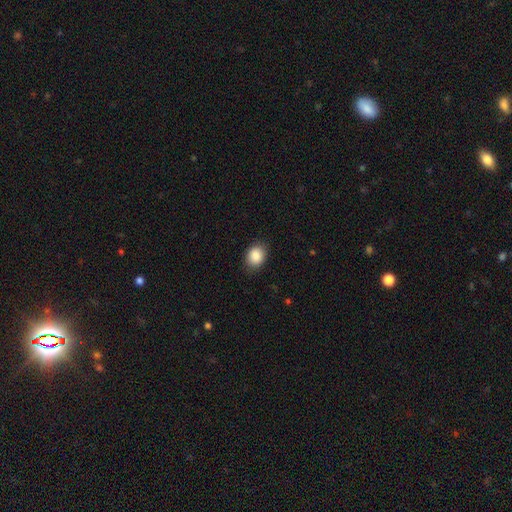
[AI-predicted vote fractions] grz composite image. It shows a smooth galaxy with no disk features (88%) that is in between round and cigar-shaped (55%). Merging: none (85%).